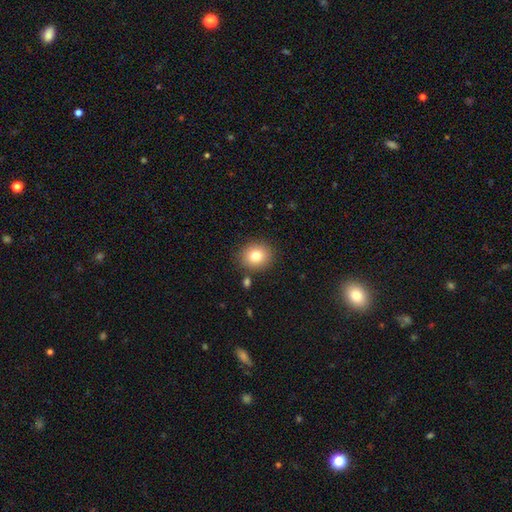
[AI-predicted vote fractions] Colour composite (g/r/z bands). It shows a smooth galaxy with no disk features (80%) that is round (74%). Merging: none (86%).